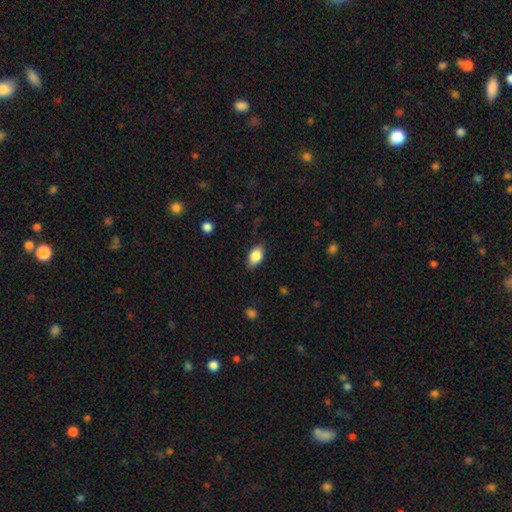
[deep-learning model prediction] Smooth or featured: smooth — 82% (featured or disk — 11%)
How rounded: in between — 88% (round — 8%)
Merging: none — 83% (minor disturbance — 13%)